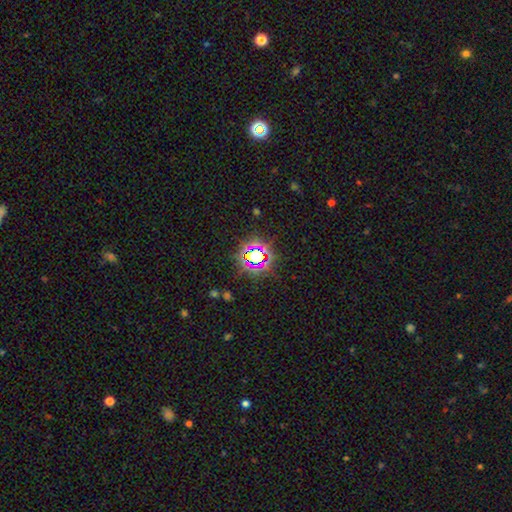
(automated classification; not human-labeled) Q: Smooth or featured?
A: star or artifact (73%); runner-up: smooth (18%)